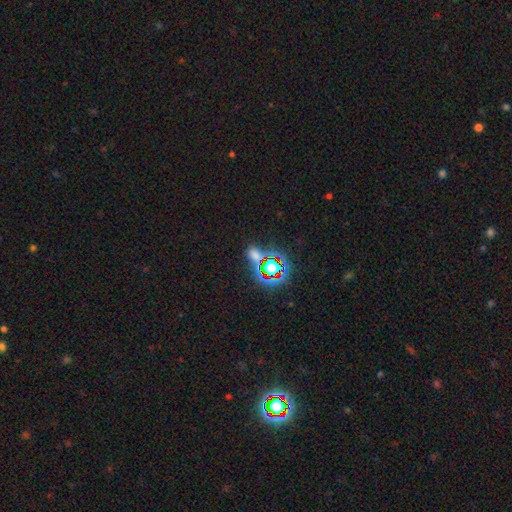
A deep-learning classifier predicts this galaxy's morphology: A star or artifact, not a galaxy (49%).

Vote fractions:
- Smooth or featured? star or artifact: 49% / smooth: 41% / featured or disk: 9%